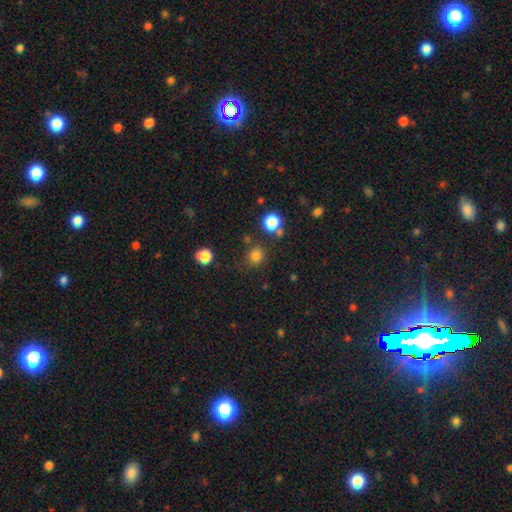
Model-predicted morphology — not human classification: This is likely a smooth galaxy (79%). How rounded: clearly round (87%). Merging: likely none (78%).